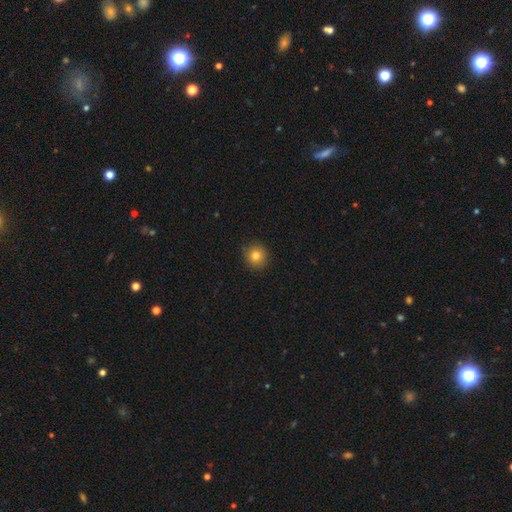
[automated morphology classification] The model was most divided on "smooth or featured": smooth: 81%, star or artifact: 11%, featured or disk: 8%. More confident: how rounded — round (92%); merging — none (90%).